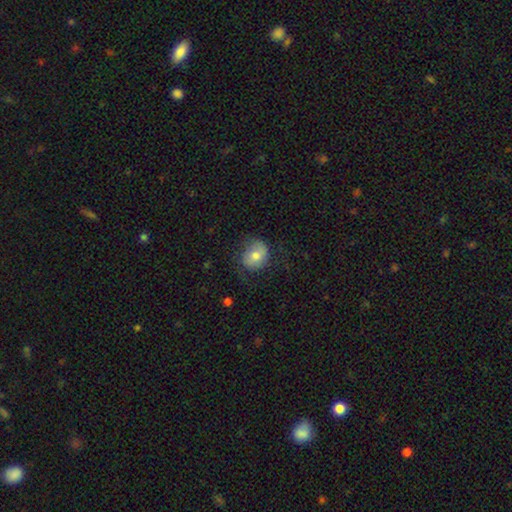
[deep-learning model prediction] Smooth or featured?
  - smooth: 69% *
  - featured or disk: 23%
  - star or artifact: 8%
How rounded?
  - round: 59% *
  - in between: 40%
  - cigar-shaped: 1%
Merging?
  - none: 63% *
  - minor disturbance: 23%
  - major disturbance: 13%
  - merger: 1%